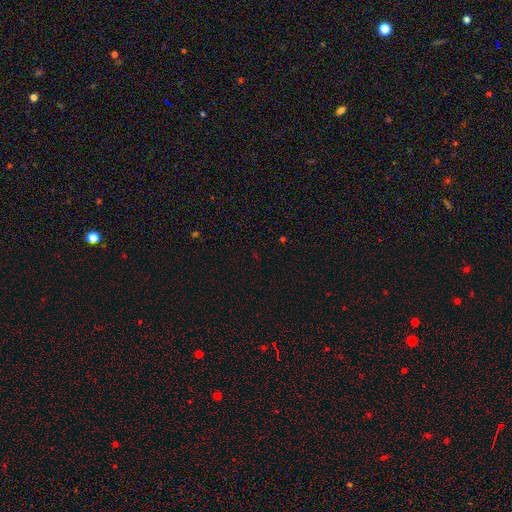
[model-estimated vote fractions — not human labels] This appears to be a star or artifact, not a galaxy (69%).